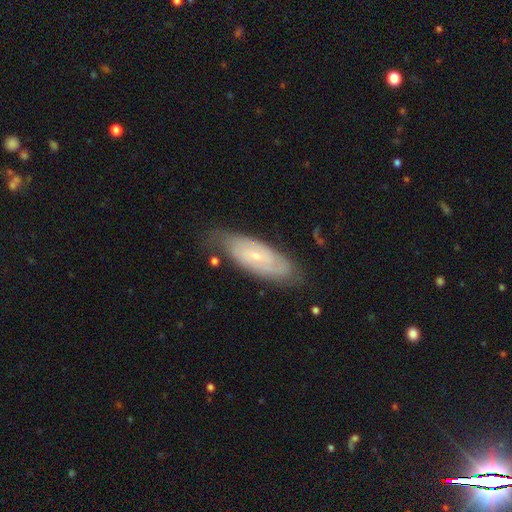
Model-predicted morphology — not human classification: type=featured or disk (69%); edge-on=no (88%); bar=no (64%); spiral arms=yes (85%); winding=tight (62%); arm count=can't tell (44%); bulge=small (79%); merging=none (70%).